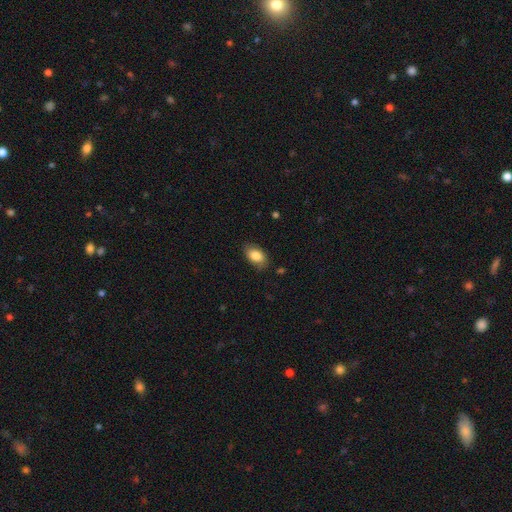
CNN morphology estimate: Smooth or featured? Predicted: smooth (p=0.83). How rounded? Predicted: in between (p=0.91). Merging? Predicted: none (p=0.81).